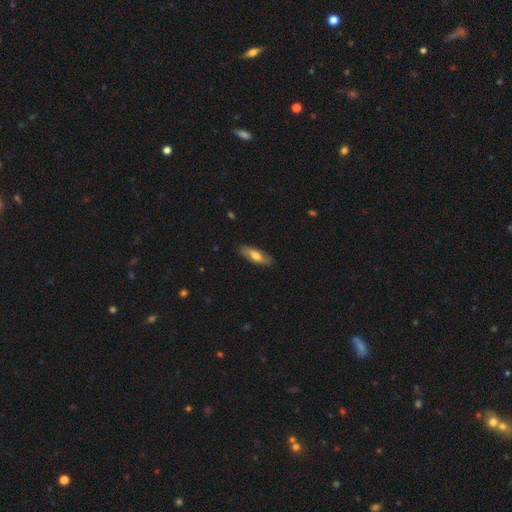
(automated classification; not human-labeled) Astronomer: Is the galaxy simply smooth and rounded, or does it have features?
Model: smooth — 56% (runner-up: featured or disk, 38%).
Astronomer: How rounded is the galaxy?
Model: in between — 64%.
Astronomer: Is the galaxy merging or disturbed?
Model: none — 85%.